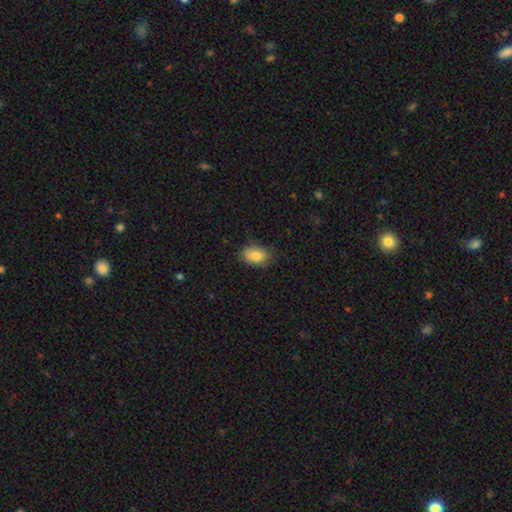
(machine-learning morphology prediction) Smooth or featured? smooth (81%)
How rounded? in between (78%)
Merging? none (75%)